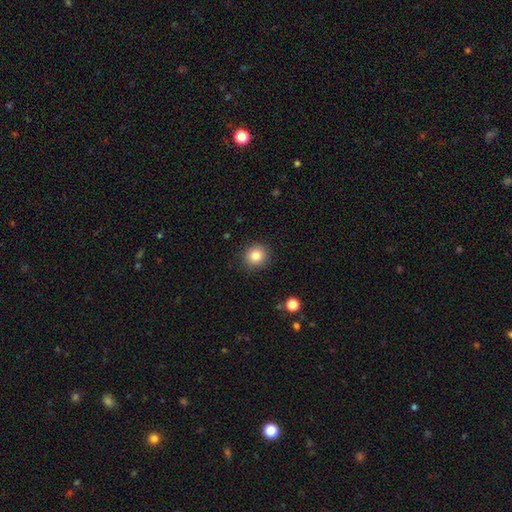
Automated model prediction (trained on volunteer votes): Overall: smooth (85%). How rounded: round (89%). Merging: none (90%).